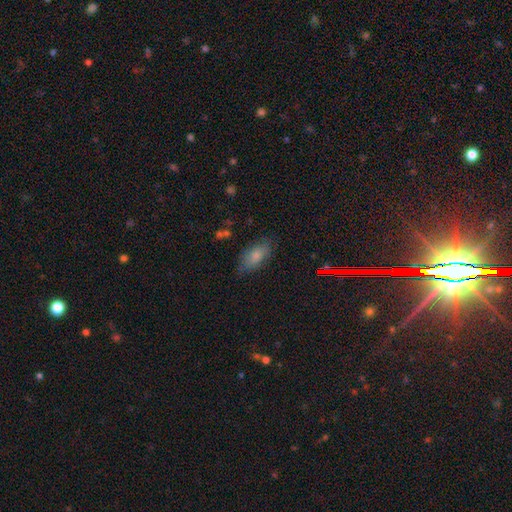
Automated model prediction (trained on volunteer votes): smooth 76%, featured or disk 14%, star or artifact 10%. Down the decision tree: how rounded — in between (88%); merging — none (74%).